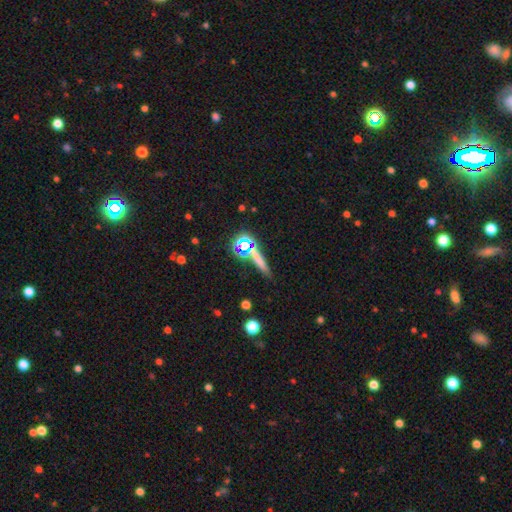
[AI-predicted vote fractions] Morphology: type=smooth (56%); roundness=cigar-shaped (79%); merging=none (78%).